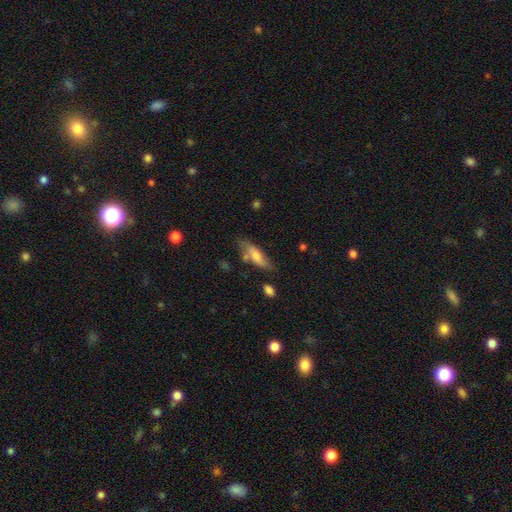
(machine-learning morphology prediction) A smooth galaxy with no disk features (55%) that is in between round and cigar-shaped (50%).

Vote fractions:
- Smooth or featured? smooth: 55% / featured or disk: 37% / star or artifact: 8%
- How rounded? in between: 50% / cigar-shaped: 47% / round: 3%
- Merging? none: 63% / minor disturbance: 22% / merger: 8% / major disturbance: 7%